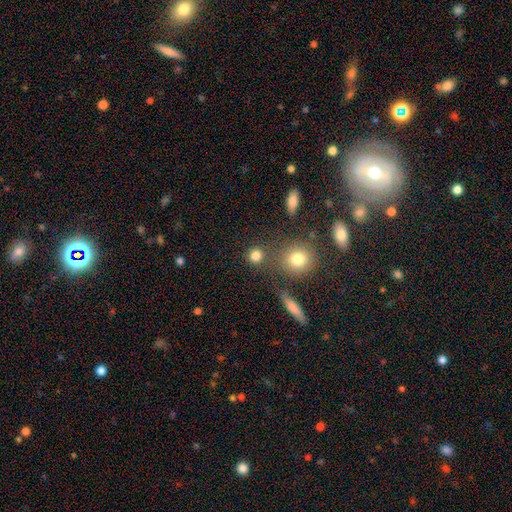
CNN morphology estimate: smooth 81%, star or artifact 13%, featured or disk 6%. Down the decision tree: how rounded — round (89%); merging — none (76%).